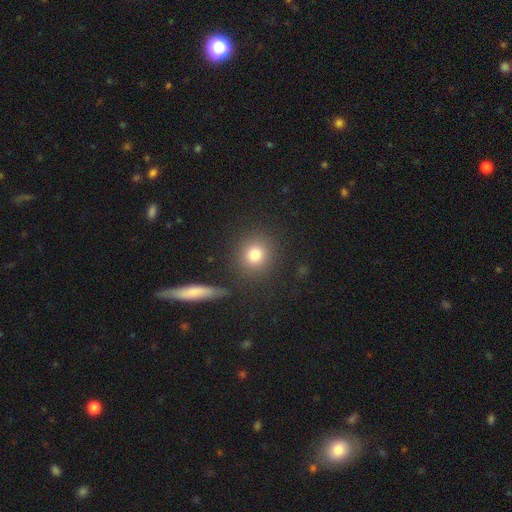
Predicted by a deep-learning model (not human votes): Smooth or featured? smooth (59%)
How rounded? round (85%)
Merging? none (85%)